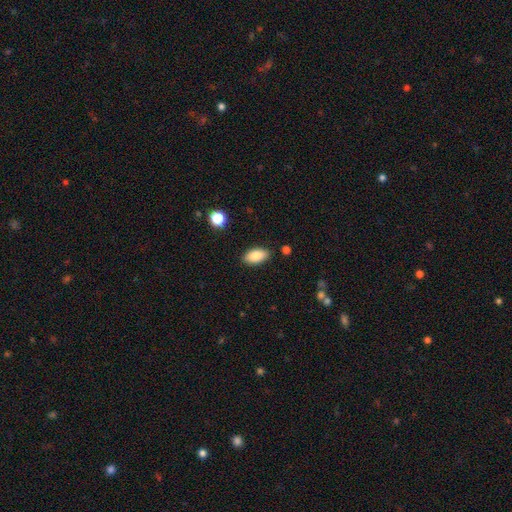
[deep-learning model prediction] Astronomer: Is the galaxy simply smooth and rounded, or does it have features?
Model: smooth — 86%.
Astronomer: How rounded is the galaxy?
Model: in between — 92%.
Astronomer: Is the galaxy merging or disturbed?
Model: none — 86%.